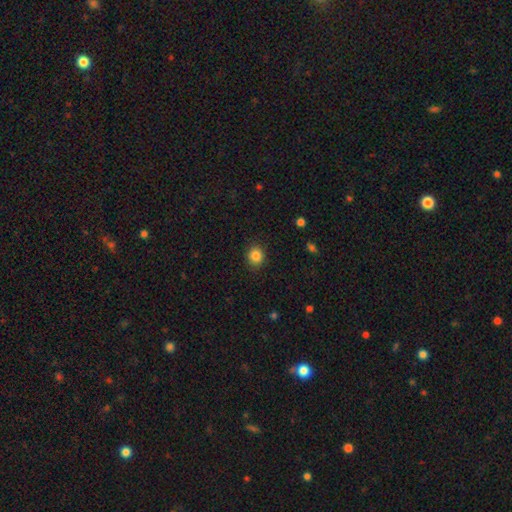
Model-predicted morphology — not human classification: Smooth or featured? Predicted: smooth (p=0.86). How rounded? Predicted: round (p=0.80). Merging? Predicted: none (p=0.88).